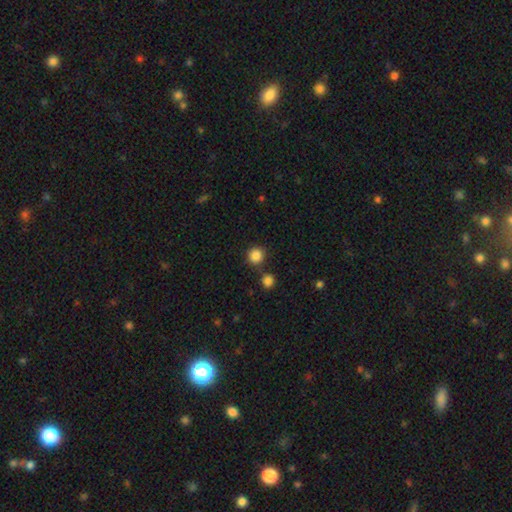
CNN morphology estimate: Q: Smooth or featured?
A: smooth (85%); runner-up: star or artifact (11%)
Q: How rounded?
A: round (94%); runner-up: in between (5%)
Q: Merging?
A: none (80%); runner-up: merger (10%)